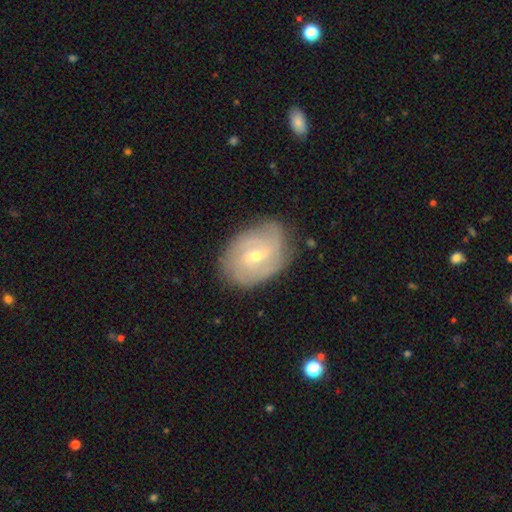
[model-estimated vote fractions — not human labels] A featured or disk galaxy (77%) with a weak bar (56%), 2 (35%) tight (54%) spiral arms (90%) and a small central bulge (57%).

Vote fractions:
- Smooth or featured? featured or disk: 77% / smooth: 17% / star or artifact: 6%
- Edge-on disk? no: 96% / yes: 4%
- Bar? weak: 56% / no: 30% / strong: 14%
- Spiral arms? yes: 90% / no: 10%
- Spiral winding? tight: 54% / medium: 35% / loose: 11%
- Spiral arm count? 2: 35% / can't tell: 33% / 3: 17% / 4: 7% / 1: 4% / more than 4: 4%
- Bulge size? small: 57% / moderate: 40% / large: 1% / none: 1% / dominant: 1%
- Merging? none: 74% / minor disturbance: 19% / major disturbance: 5% / merger: 1%